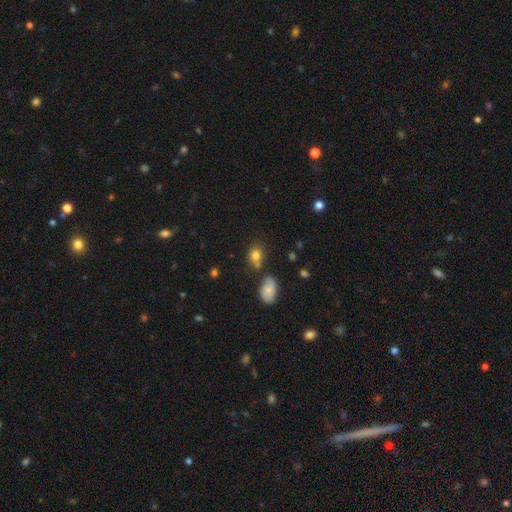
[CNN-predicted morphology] type=smooth (80%); roundness=round (58%); merging=none (61%).